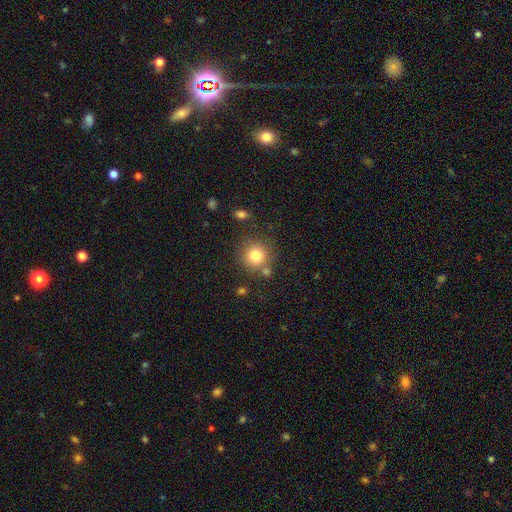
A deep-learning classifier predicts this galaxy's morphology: This appears to be a smooth galaxy with no disk features (80%) that is round (92%). Merging: none (74%).